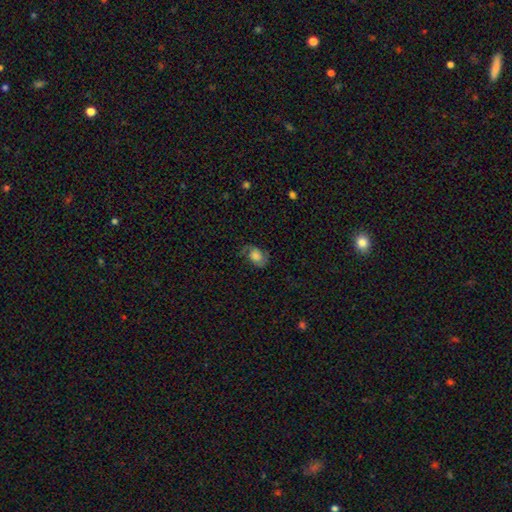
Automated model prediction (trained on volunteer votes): Smooth or featured?
  - featured or disk: 48% *
  - smooth: 42%
  - star or artifact: 10%
Merging?
  - none: 61% *
  - minor disturbance: 22%
  - major disturbance: 15%
  - merger: 2%